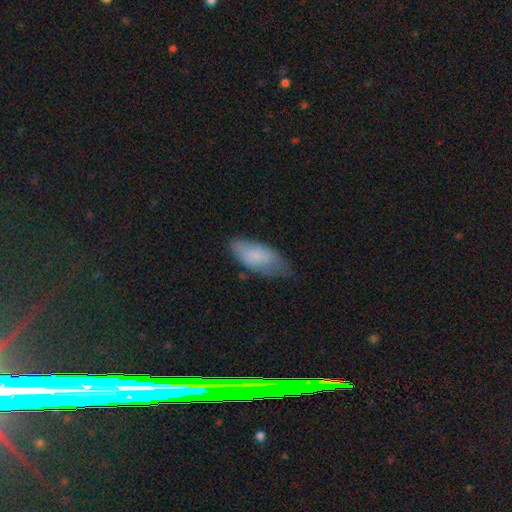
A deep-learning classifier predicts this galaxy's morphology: Smooth or featured?
  - smooth: 80% *
  - featured or disk: 13%
  - star or artifact: 6%
How rounded?
  - in between: 86% *
  - cigar-shaped: 12%
  - round: 2%
Merging?
  - none: 53% *
  - minor disturbance: 36%
  - major disturbance: 10%
  - merger: 2%